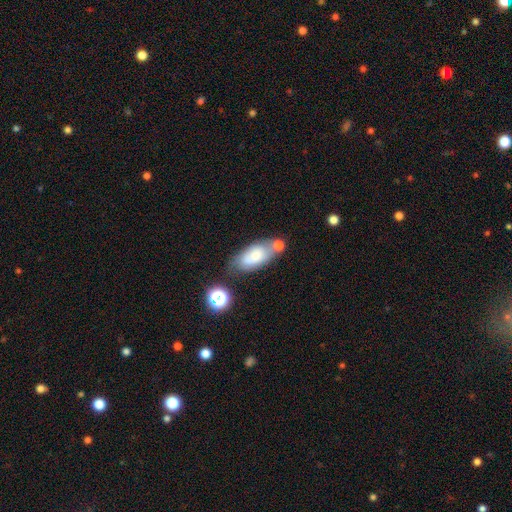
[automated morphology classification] This is likely a smooth galaxy (63%). How rounded: clearly in between (83%). Merging: possibly none (47%).